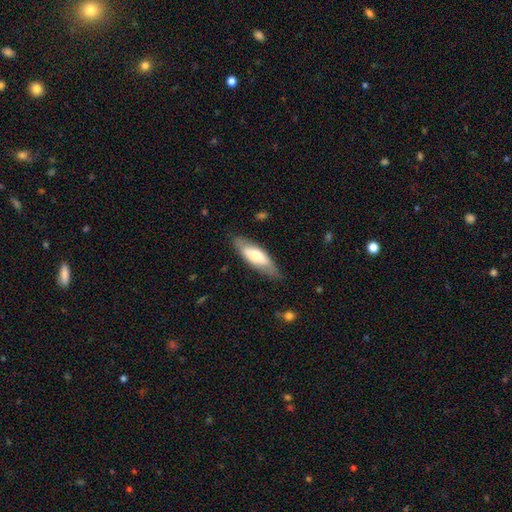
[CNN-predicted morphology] The model was most divided on "how rounded": in between: 58%, cigar-shaped: 40%, round: 2%. More confident: merging — none (79%); smooth or featured — smooth (62%).